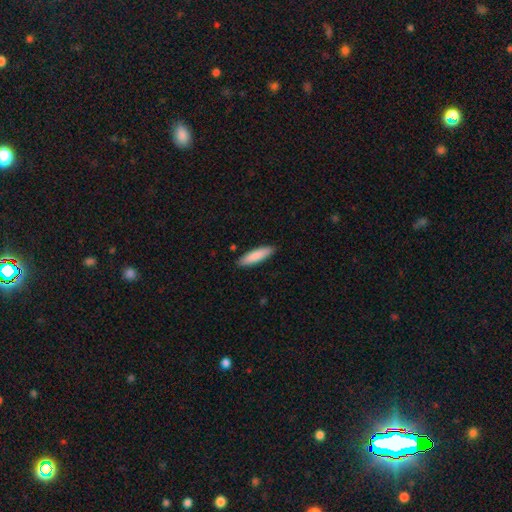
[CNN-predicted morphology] This appears to be a smooth galaxy with no disk features (86%) that is cigar-shaped (69%). Merging: none (89%).